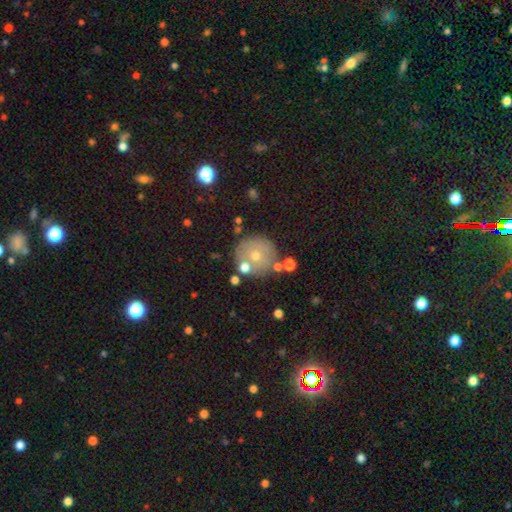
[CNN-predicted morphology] Q: Smooth or featured?
A: smooth (55%); runner-up: featured or disk (28%)
Q: How rounded?
A: round (91%); runner-up: in between (8%)
Q: Merging?
A: none (74%); runner-up: minor disturbance (12%)